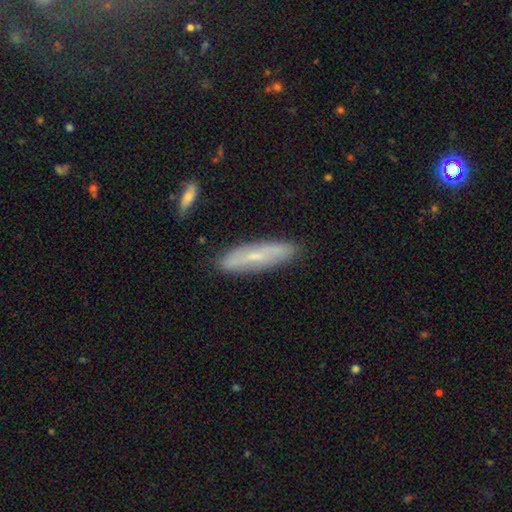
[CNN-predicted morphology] This is possibly a smooth galaxy (49%). Merging: clearly none (83%).